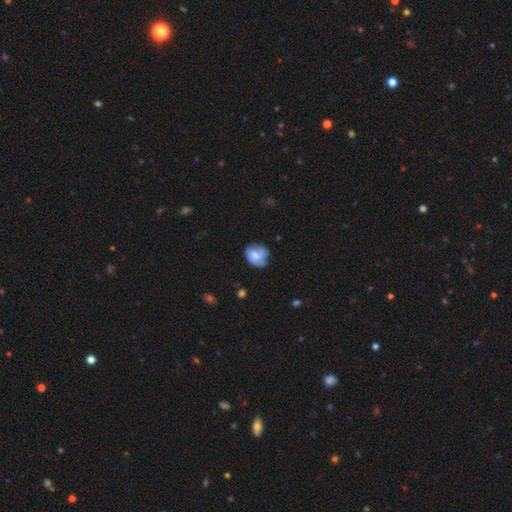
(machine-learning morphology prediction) Smooth or featured?
  - smooth: 61% *
  - featured or disk: 31%
  - star or artifact: 8%
How rounded?
  - round: 70% *
  - in between: 29%
  - cigar-shaped: 1%
Merging?
  - none: 60% *
  - minor disturbance: 29%
  - major disturbance: 9%
  - merger: 2%